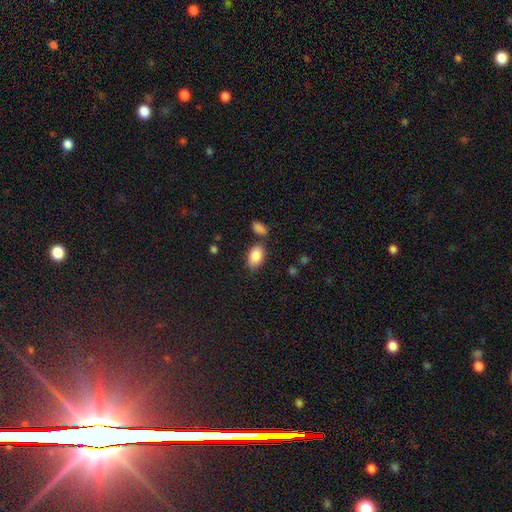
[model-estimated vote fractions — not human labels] Overall: smooth (87%). How rounded: in between (92%). Merging: none (72%).